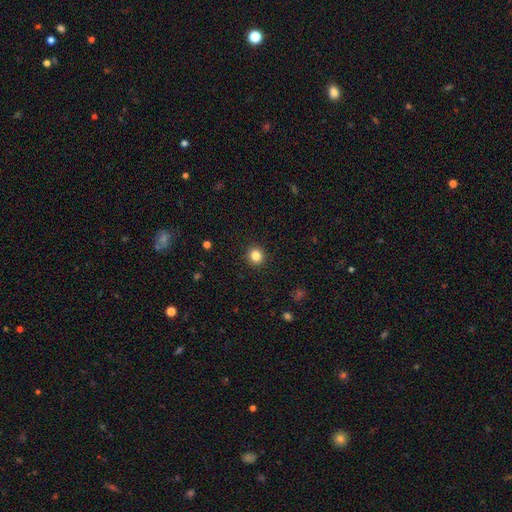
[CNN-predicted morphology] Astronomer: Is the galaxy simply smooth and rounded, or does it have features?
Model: smooth — 84%.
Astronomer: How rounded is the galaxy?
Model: round — 91%.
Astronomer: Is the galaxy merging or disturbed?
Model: none — 92%.